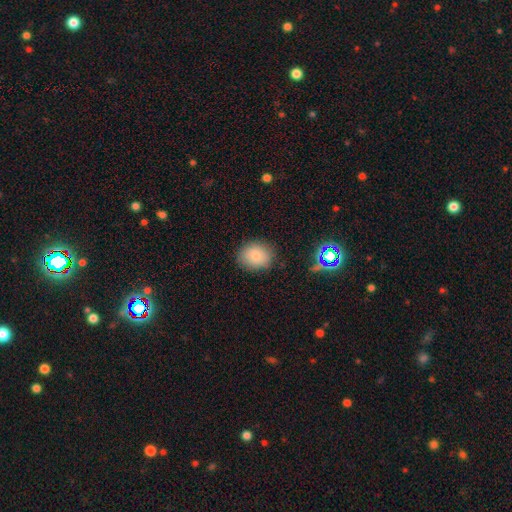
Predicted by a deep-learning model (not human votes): Smooth or featured? smooth (80%)
How rounded? round (60%)
Merging? none (83%)